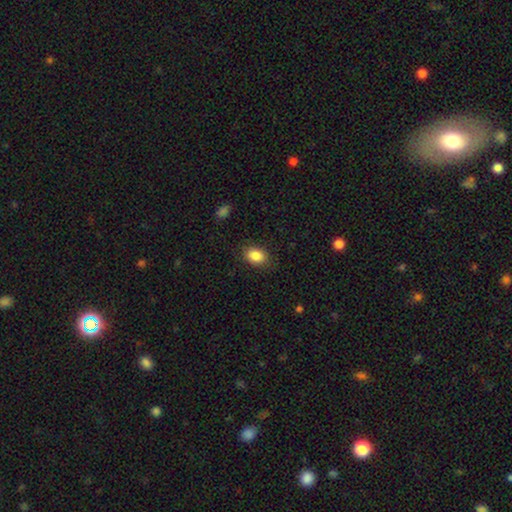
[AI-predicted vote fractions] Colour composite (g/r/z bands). It shows a smooth galaxy with no disk features (86%) that is in between round and cigar-shaped (72%). Merging: none (83%).